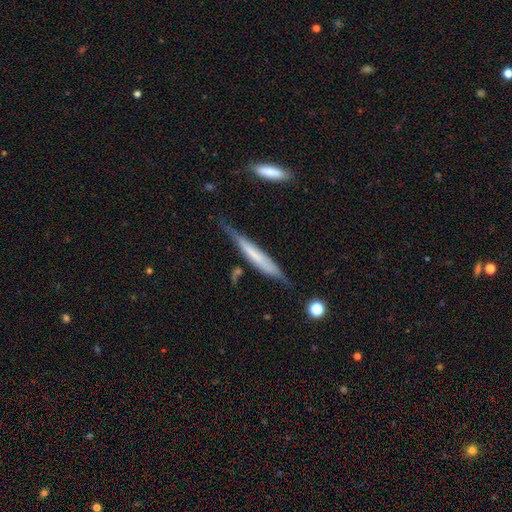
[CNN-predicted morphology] Smooth or featured? Predicted: featured or disk (p=0.48). Merging? Predicted: none (p=0.63).